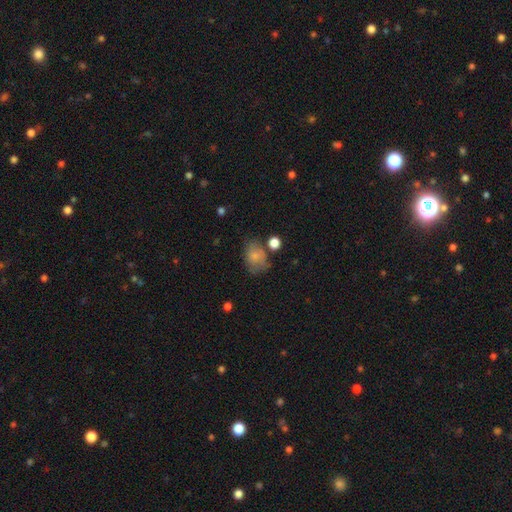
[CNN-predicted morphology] Smooth or featured? smooth (72%)
How rounded? in between (66%)
Merging? none (50%)